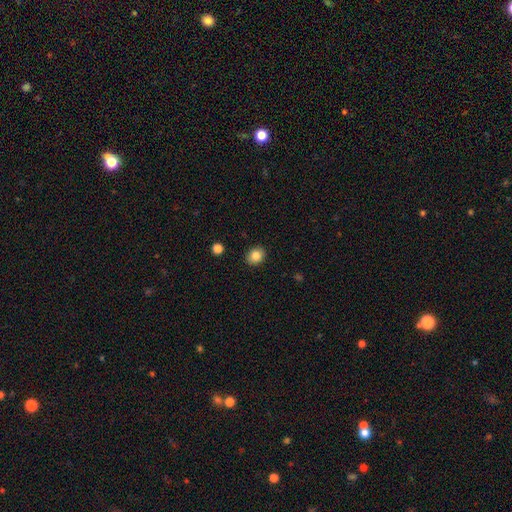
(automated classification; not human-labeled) Smooth or featured: smooth — 84% (star or artifact — 10%)
How rounded: round — 61% (in between — 38%)
Merging: none — 90% (minor disturbance — 7%)